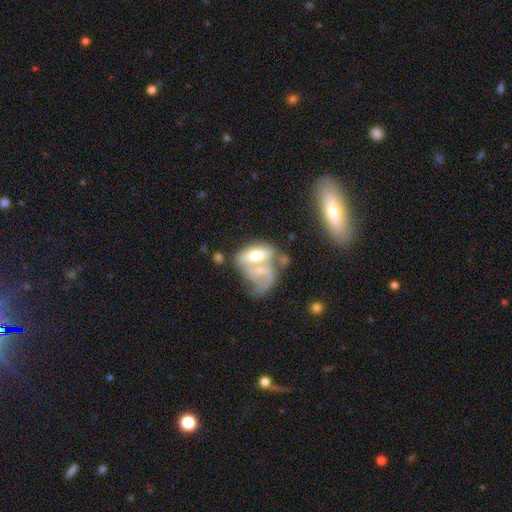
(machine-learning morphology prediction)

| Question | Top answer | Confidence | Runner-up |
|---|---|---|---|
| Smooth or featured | smooth | 49% | featured or disk (43%) |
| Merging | merger | 64% | major disturbance (14%) |